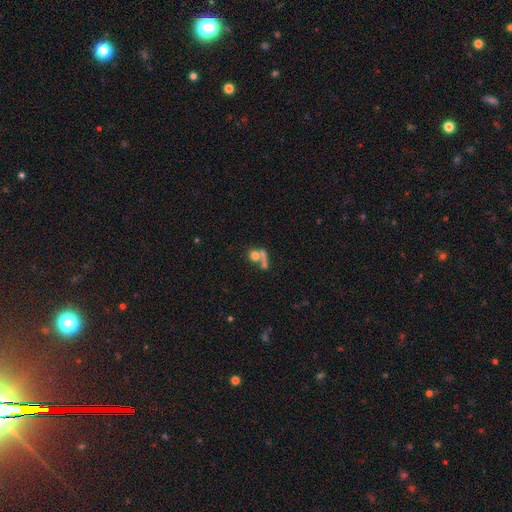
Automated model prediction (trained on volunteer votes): smooth-or-featured: smooth: 65% | featured or disk: 21% | star or artifact: 14%
  how-rounded: round: 67% | in between: 29% | cigar-shaped: 4%
  merging: merger: 49% | none: 30% | major disturbance: 12% | minor disturbance: 8%